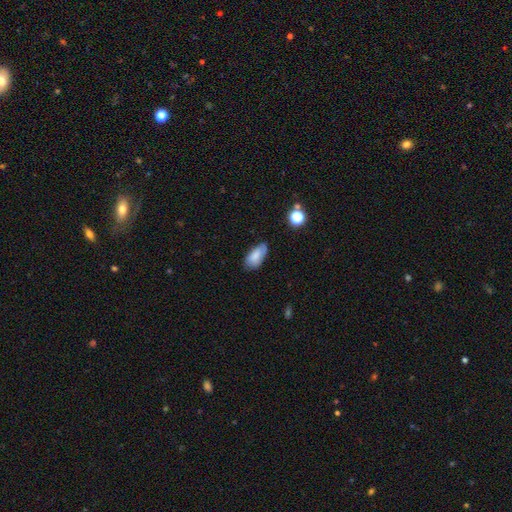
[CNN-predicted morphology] Smooth or featured? Predicted: smooth (p=0.76). How rounded? Predicted: in between (p=0.91). Merging? Predicted: none (p=0.65).